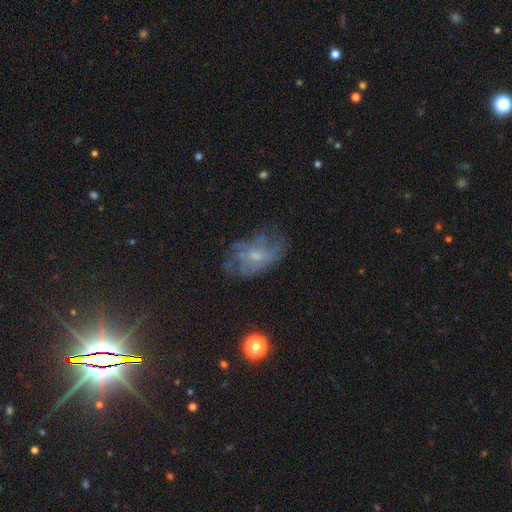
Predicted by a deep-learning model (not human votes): This appears to be a featured or disk galaxy (62%) with no bar (75%), spiral arms (65%) and a small central bulge (60%). Merging: none (54%).